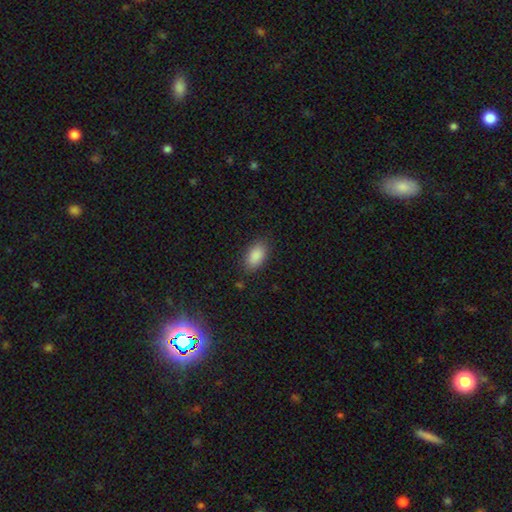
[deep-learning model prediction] smooth 89%, star or artifact 7%, featured or disk 4%. Down the decision tree: how rounded — in between (93%); merging — none (84%).